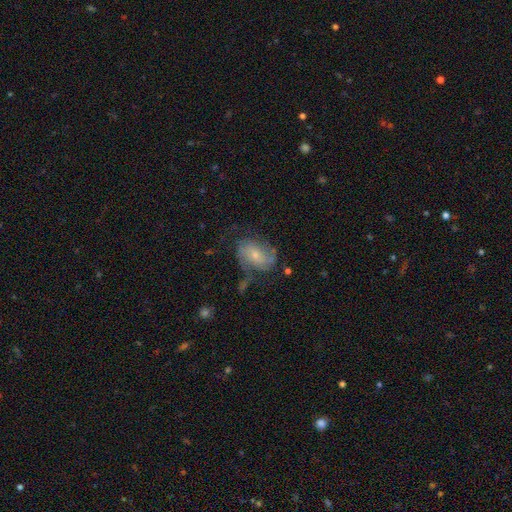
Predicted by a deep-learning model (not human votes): This is likely a featured or disk galaxy (69%). It is clearly not viewed edge-on (97%). Bar: likely no (60%). Spiral arm pattern: clearly yes (87%). Spiral arm count: possibly 2 (57%). Spiral winding: marginally medium (43%). Central bulge: likely small (63%). Merging: possibly none (57%).